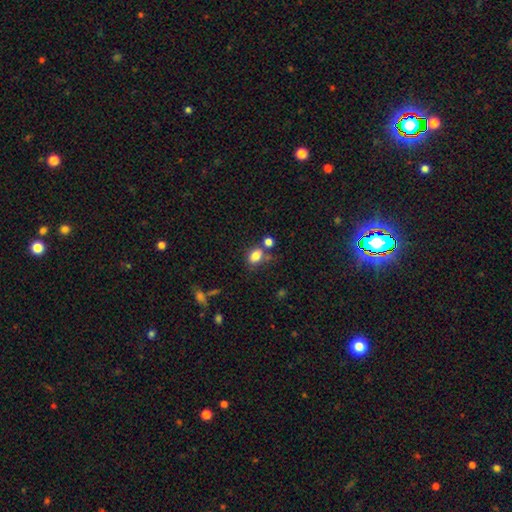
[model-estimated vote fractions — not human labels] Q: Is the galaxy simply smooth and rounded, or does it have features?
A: smooth — 81%.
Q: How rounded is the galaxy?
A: in between — 75%.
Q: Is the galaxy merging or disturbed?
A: none — 56%.